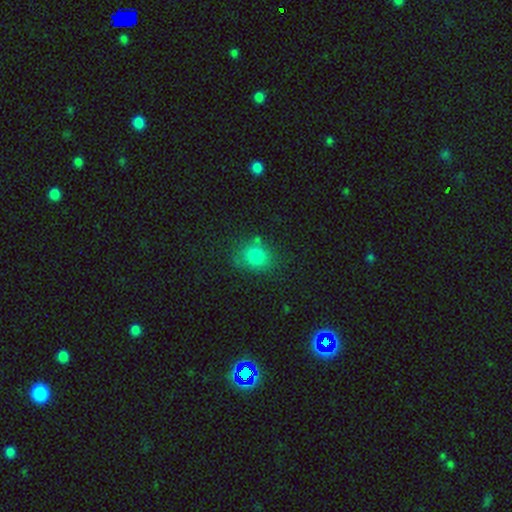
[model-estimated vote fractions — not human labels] A smooth galaxy with no disk features (80%) that is round (54%).

Vote fractions:
- Smooth or featured? smooth: 80% / star or artifact: 12% / featured or disk: 8%
- How rounded? round: 54% / in between: 45% / cigar-shaped: 1%
- Merging? none: 69% / minor disturbance: 19% / major disturbance: 7% / merger: 5%